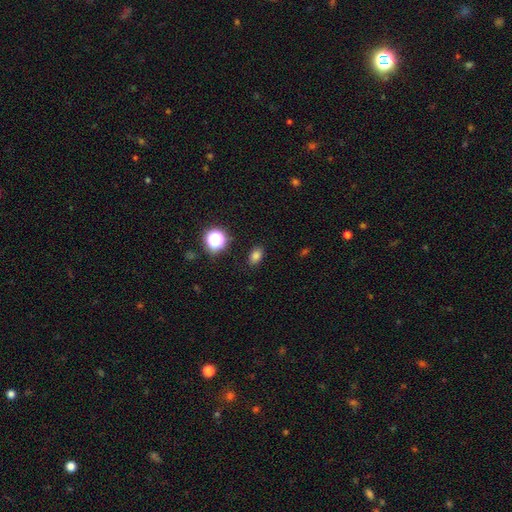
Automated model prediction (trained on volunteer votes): Smooth or featured: smooth — 80% (star or artifact — 15%)
How rounded: in between — 79% (round — 19%)
Merging: none — 87% (minor disturbance — 9%)